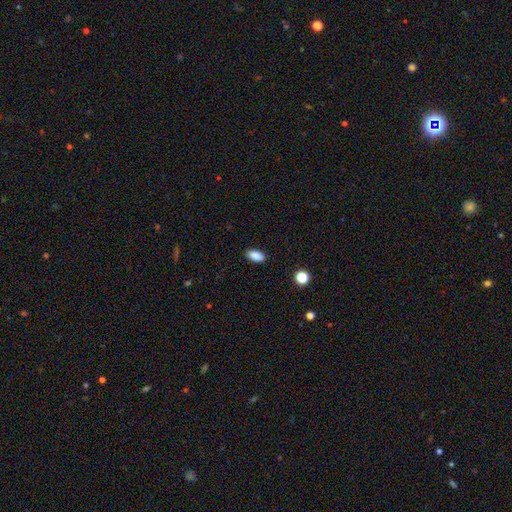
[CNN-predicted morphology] This appears to be a smooth galaxy with no disk features (88%) that is in between round and cigar-shaped (92%). Merging: none (88%).